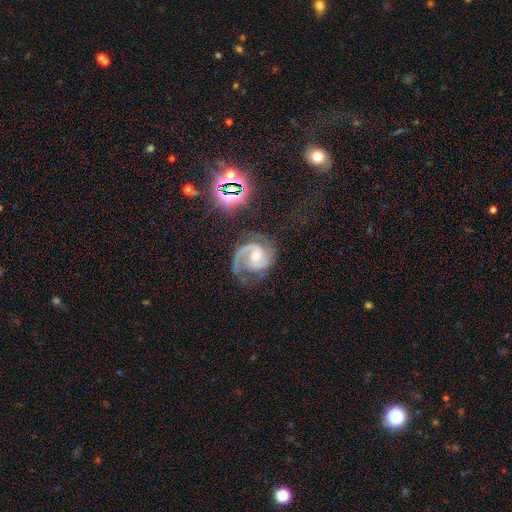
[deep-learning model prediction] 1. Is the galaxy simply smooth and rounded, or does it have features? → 86% featured or disk, 8% star or artifact, 6% smooth.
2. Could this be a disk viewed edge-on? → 98% no, 2% yes.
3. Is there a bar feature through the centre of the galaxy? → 59% no, 31% weak, 9% strong.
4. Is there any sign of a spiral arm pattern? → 97% yes, 3% no.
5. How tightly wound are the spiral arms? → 47% medium, 38% tight, 15% loose.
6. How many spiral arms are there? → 54% 2, 35% 1, 5% can't tell, 3% 3, 1% 4, 1% more than 4.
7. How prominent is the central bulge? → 49% moderate, 47% small, 2% large, 1% none, 1% dominant.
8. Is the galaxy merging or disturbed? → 57% none, 21% minor disturbance, 19% major disturbance, 3% merger.